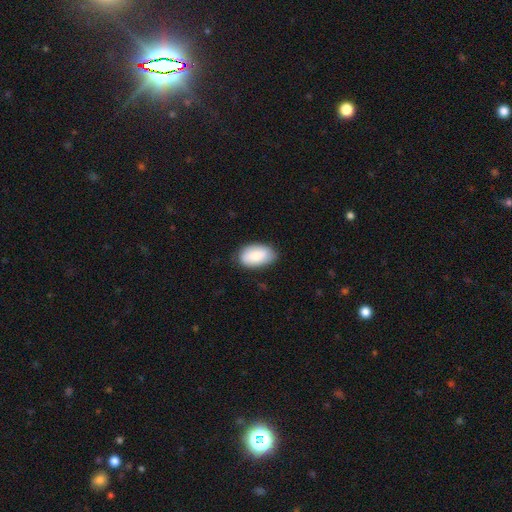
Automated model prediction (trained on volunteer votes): Smooth or featured?
  - smooth: 84% *
  - featured or disk: 10%
  - star or artifact: 6%
How rounded?
  - in between: 94% *
  - round: 5%
  - cigar-shaped: 1%
Merging?
  - none: 80% *
  - minor disturbance: 16%
  - major disturbance: 3%
  - merger: 1%